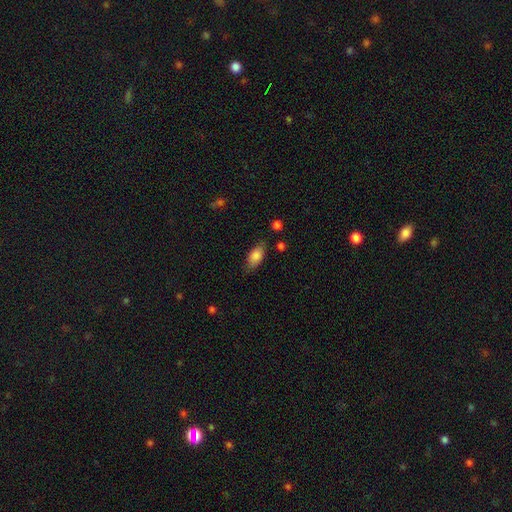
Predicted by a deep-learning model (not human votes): smooth-or-featured: smooth: 83% | featured or disk: 10% | star or artifact: 7%
  how-rounded: in between: 88% | cigar-shaped: 8% | round: 4%
  merging: none: 75% | minor disturbance: 18% | major disturbance: 4% | merger: 2%